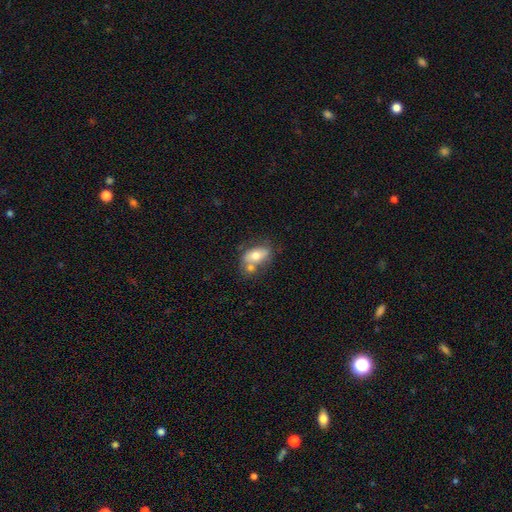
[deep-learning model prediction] smooth 64%, featured or disk 29%, star or artifact 7%. Down the decision tree: how rounded — in between (85%); merging — none (41%).